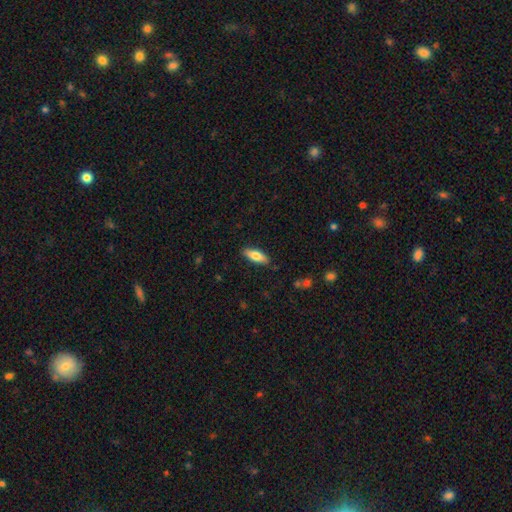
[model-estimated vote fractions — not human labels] The model was most divided on "how rounded": in between: 65%, cigar-shaped: 33%, round: 2%. More confident: merging — none (88%); smooth or featured — smooth (72%).